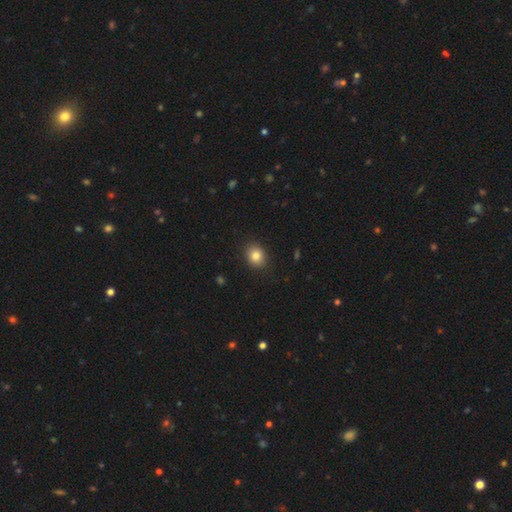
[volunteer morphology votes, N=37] A smooth galaxy with no disk features (86%) that is round (59%).

Vote fractions:
- Smooth or featured? smooth: 86% / star or artifact: 8% / featured or disk: 5%
- How rounded? round: 59% / in between: 41% / cigar-shaped: 0%
- Merging? none: 91% / minor disturbance: 9% / major disturbance: 0% / merger: 0%